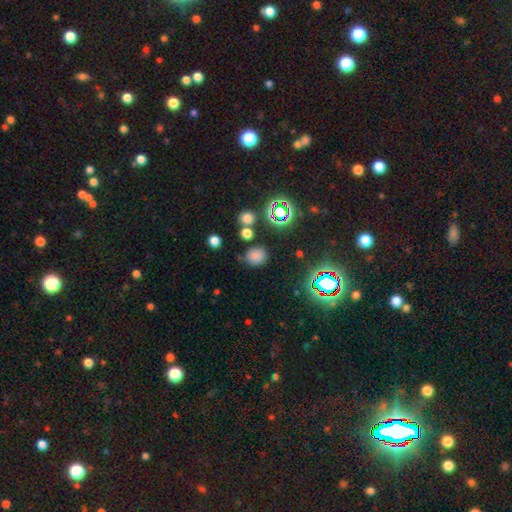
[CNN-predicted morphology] The model was most divided on "how rounded": round: 69%, in between: 30%, cigar-shaped: 1%. More confident: merging — none (74%); smooth or featured — smooth (69%).